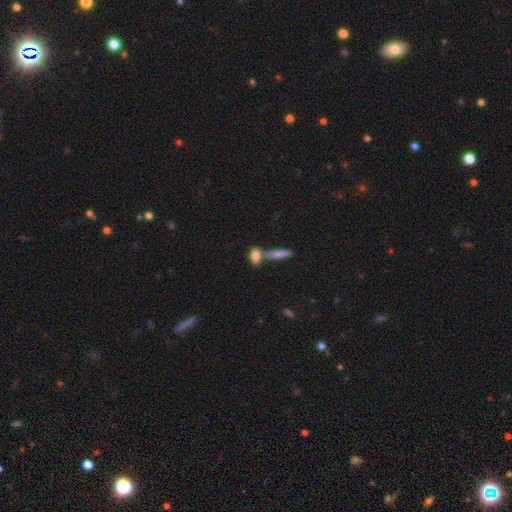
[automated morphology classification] smooth-or-featured: smooth: 79% | featured or disk: 12% | star or artifact: 8%
  how-rounded: in between: 70% | cigar-shaped: 19% | round: 12%
  merging: none: 49% | merger: 37% | minor disturbance: 10% | major disturbance: 4%